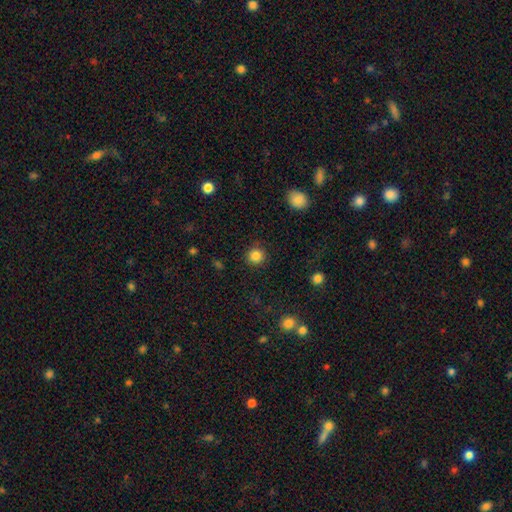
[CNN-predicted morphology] This appears to be a smooth galaxy with no disk features (85%) that is round (93%). Merging: none (90%).